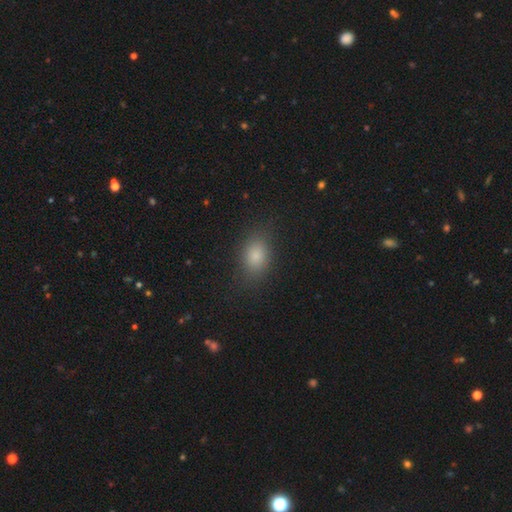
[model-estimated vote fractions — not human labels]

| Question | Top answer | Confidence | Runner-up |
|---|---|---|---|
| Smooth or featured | smooth | 82% | star or artifact (11%) |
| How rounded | in between | 79% | round (19%) |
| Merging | none | 81% | minor disturbance (13%) |